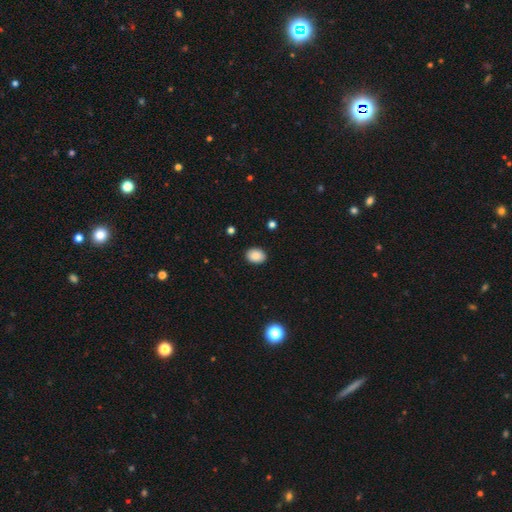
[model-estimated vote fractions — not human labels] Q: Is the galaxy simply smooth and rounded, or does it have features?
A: smooth — 88%.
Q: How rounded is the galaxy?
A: in between — 67%.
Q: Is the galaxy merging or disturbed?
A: none — 89%.